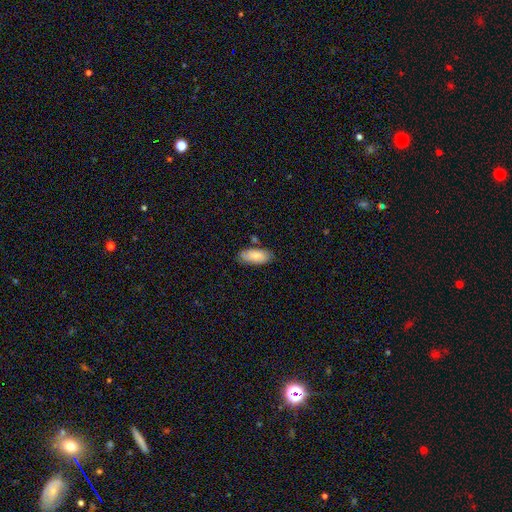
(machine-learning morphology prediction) Smooth or featured?
  - smooth: 79% *
  - featured or disk: 15%
  - star or artifact: 6%
How rounded?
  - in between: 90% *
  - cigar-shaped: 8%
  - round: 2%
Merging?
  - none: 77% *
  - minor disturbance: 16%
  - merger: 4%
  - major disturbance: 3%